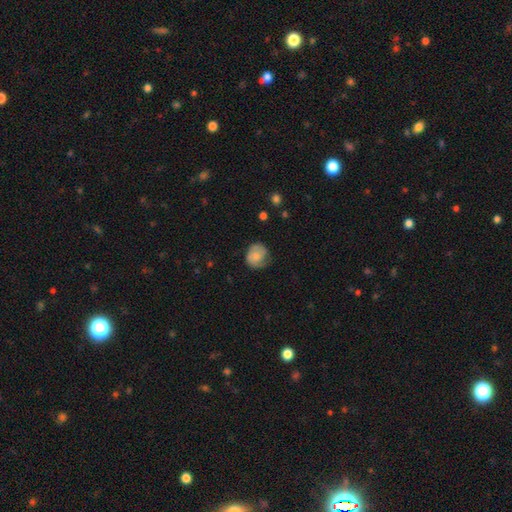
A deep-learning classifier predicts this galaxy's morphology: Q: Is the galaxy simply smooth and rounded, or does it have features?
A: smooth — 60%.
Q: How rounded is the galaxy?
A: round — 70%.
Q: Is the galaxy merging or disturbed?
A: none — 58%.